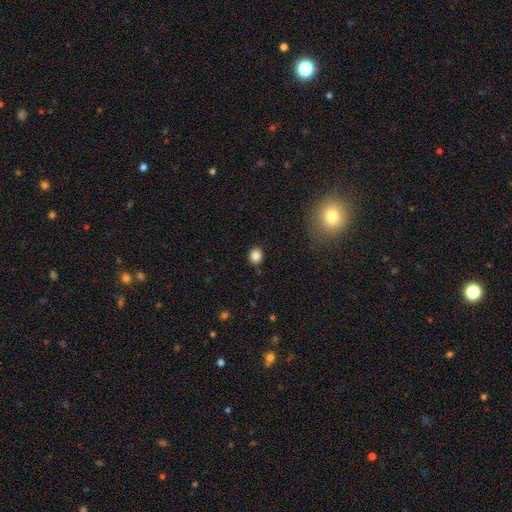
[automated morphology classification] smooth-or-featured: smooth: 84% | star or artifact: 11% | featured or disk: 5%
  how-rounded: round: 75% | in between: 24% | cigar-shaped: 1%
  merging: none: 88% | minor disturbance: 9% | major disturbance: 2% | merger: 2%